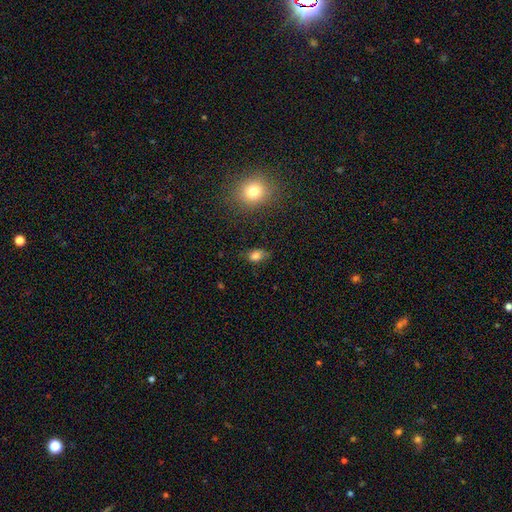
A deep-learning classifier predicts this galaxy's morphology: Smooth or featured: smooth — 81% (star or artifact — 11%)
How rounded: in between — 77% (round — 21%)
Merging: none — 71% (minor disturbance — 21%)